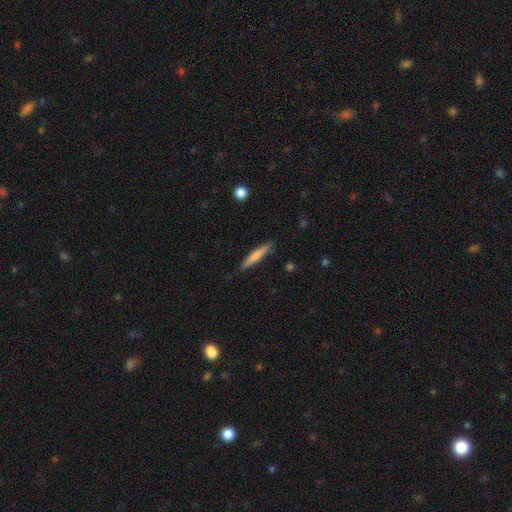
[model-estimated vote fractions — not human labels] A smooth galaxy with no disk features (69%) that is cigar-shaped (93%). Merging: none (87%).